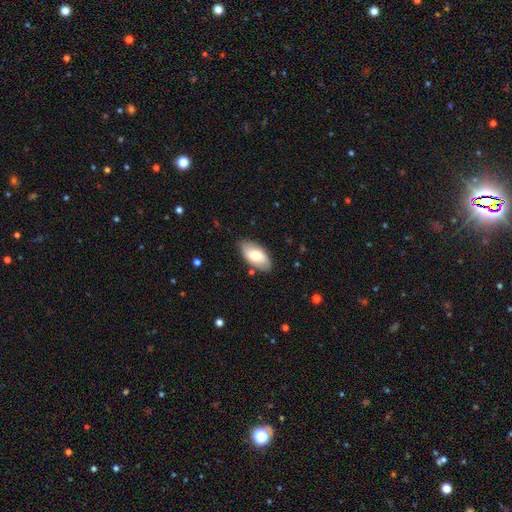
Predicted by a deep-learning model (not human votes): A smooth galaxy with no disk features (66%) that is in between round and cigar-shaped (94%).

Vote fractions:
- Smooth or featured? smooth: 66% / featured or disk: 28% / star or artifact: 6%
- How rounded? in between: 94% / round: 3% / cigar-shaped: 3%
- Merging? none: 82% / minor disturbance: 14% / major disturbance: 3% / merger: 2%